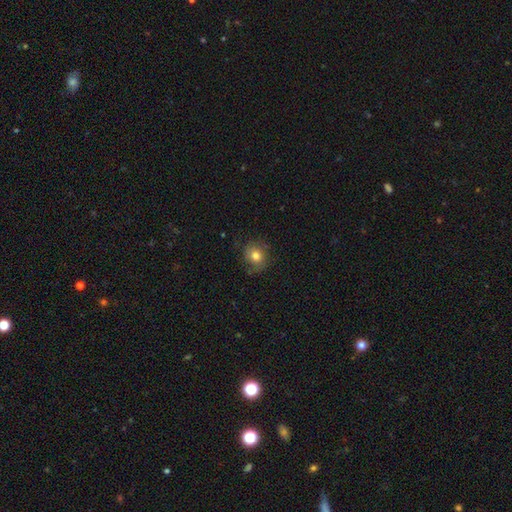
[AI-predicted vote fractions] The model was most divided on "merging": none: 74%, minor disturbance: 18%, major disturbance: 7%, merger: 1%. More confident: how rounded — round (79%); smooth or featured — smooth (77%).